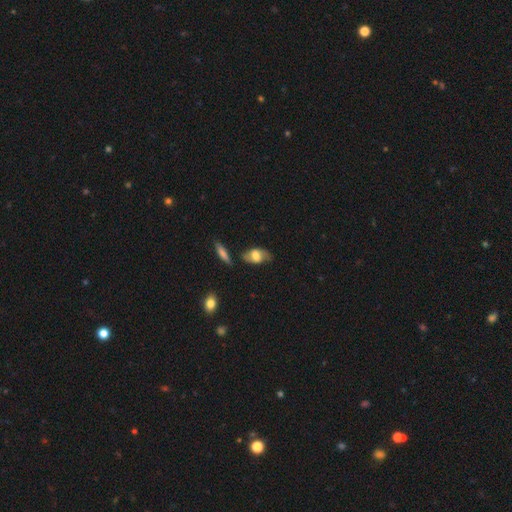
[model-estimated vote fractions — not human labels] Smooth or featured?
  - smooth: 54% *
  - featured or disk: 39%
  - star or artifact: 7%
How rounded?
  - in between: 88% *
  - round: 8%
  - cigar-shaped: 4%
Merging?
  - none: 66% *
  - minor disturbance: 22%
  - major disturbance: 7%
  - merger: 5%